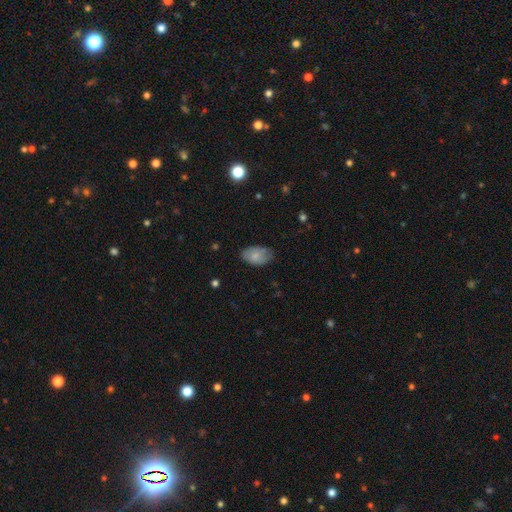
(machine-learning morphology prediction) smooth 79%, featured or disk 14%, star or artifact 7%. Down the decision tree: how rounded — in between (92%); merging — none (69%).